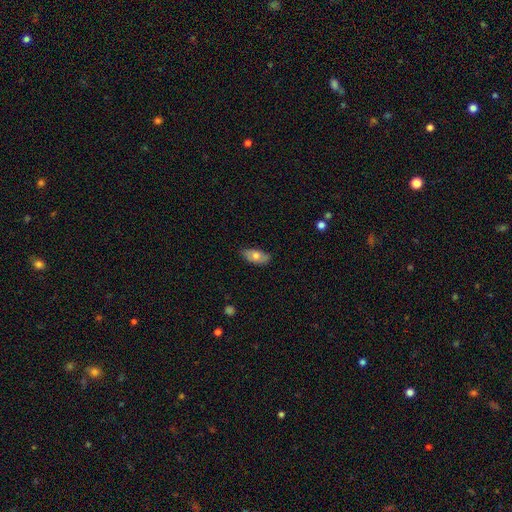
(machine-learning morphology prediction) The model was most divided on "smooth or featured": smooth: 69%, featured or disk: 25%, star or artifact: 7%. More confident: how rounded — in between (91%); merging — none (80%).